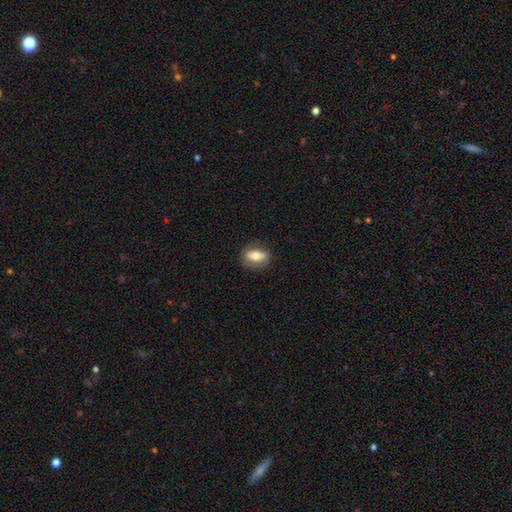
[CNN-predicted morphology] A smooth galaxy with no disk features (64%) that is in between round and cigar-shaped (76%). Merging: none (80%).